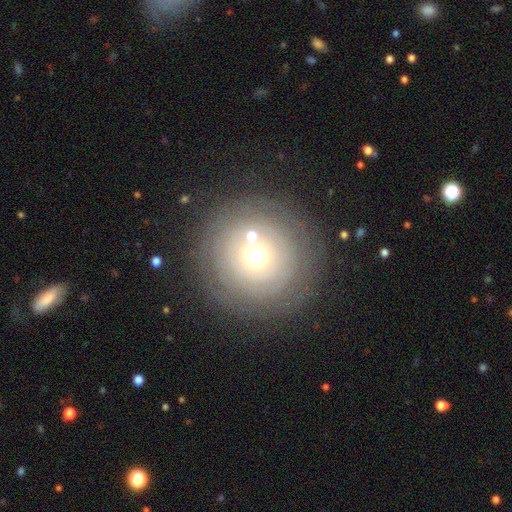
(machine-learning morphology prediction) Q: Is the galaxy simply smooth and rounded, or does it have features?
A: featured or disk — 51%.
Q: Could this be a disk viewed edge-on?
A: no — 96%.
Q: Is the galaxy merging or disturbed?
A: none — 81%.